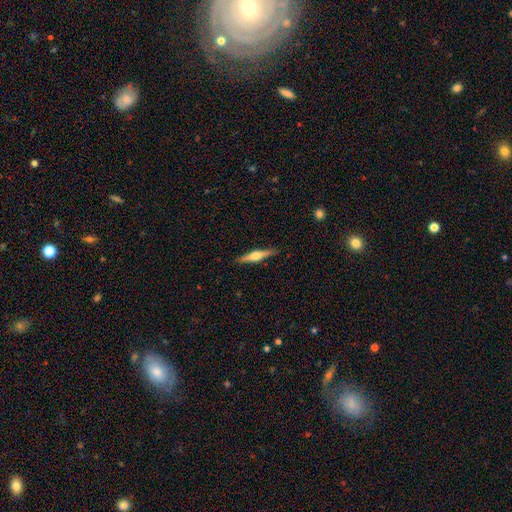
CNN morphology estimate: This is likely a featured or disk galaxy (62%). It is clearly viewed edge-on (97%). Edge-on bulge: clearly rounded (90%). Merging: clearly none (90%).